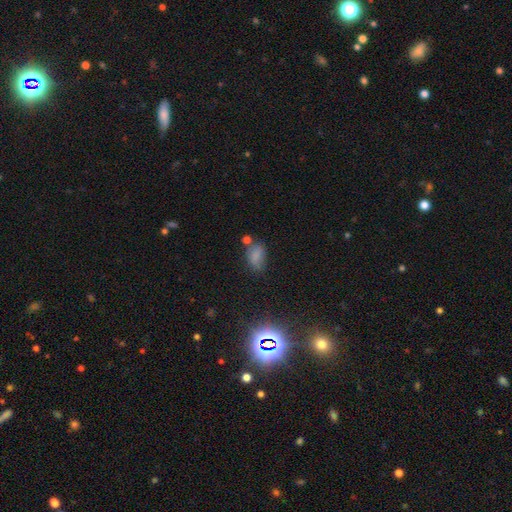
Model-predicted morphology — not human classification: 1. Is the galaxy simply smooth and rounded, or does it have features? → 76% smooth, 15% star or artifact, 10% featured or disk.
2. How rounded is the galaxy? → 86% in between, 11% round, 3% cigar-shaped.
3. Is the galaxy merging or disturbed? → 52% none, 26% minor disturbance, 12% merger, 10% major disturbance.